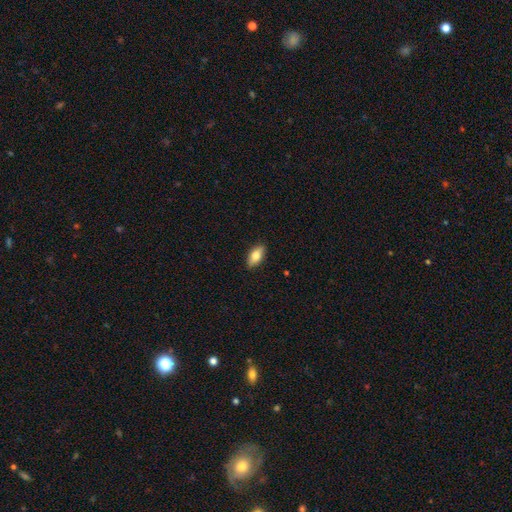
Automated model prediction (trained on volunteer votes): smooth_or_featured: smooth (p=0.73) [alt: featured or disk p=0.21]
how_rounded: in between (p=0.86) [alt: cigar-shaped p=0.10]
merging: none (p=0.88) [alt: minor disturbance p=0.09]